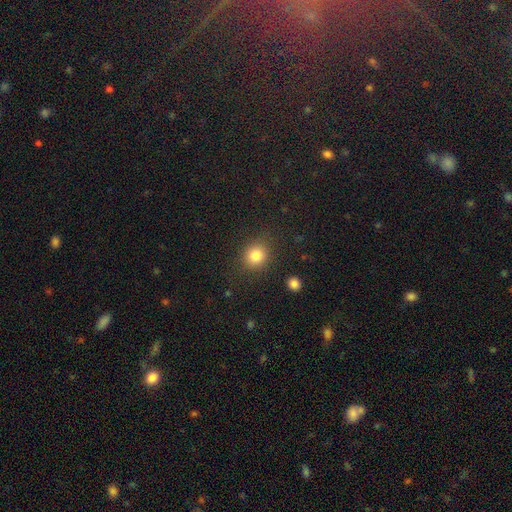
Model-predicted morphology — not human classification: This appears to be a smooth galaxy with no disk features (84%) that is round (81%). Merging: none (86%).